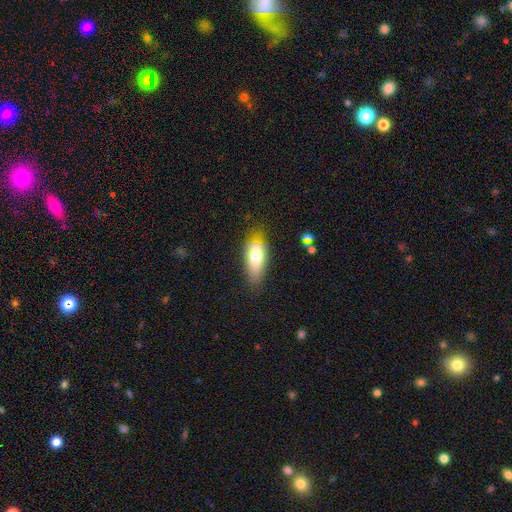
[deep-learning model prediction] smooth 69%, featured or disk 23%, star or artifact 8%. Down the decision tree: how rounded — in between (80%); merging — none (65%).